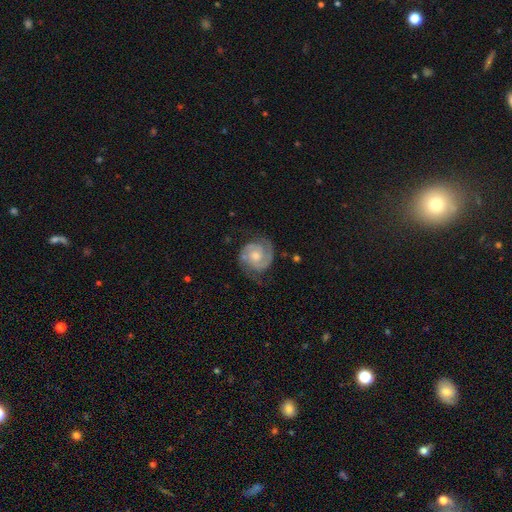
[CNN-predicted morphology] Smooth or featured? Predicted: featured or disk (p=0.88). Edge-on disk? Predicted: no (p=0.98). Bar? Predicted: no (p=0.68). Spiral arms? Predicted: yes (p=0.98). Spiral winding? Predicted: tight (p=0.56). Spiral arm count? Predicted: 2 (p=0.90). Bulge size? Predicted: moderate (p=0.59). Merging? Predicted: none (p=0.75).